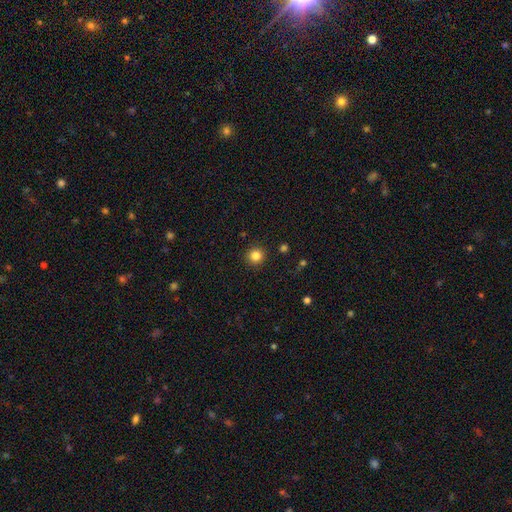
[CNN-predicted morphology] Smooth or featured?
  - smooth: 83% *
  - star or artifact: 12%
  - featured or disk: 5%
How rounded?
  - round: 94% *
  - in between: 5%
  - cigar-shaped: 1%
Merging?
  - none: 91% *
  - minor disturbance: 5%
  - major disturbance: 2%
  - merger: 1%